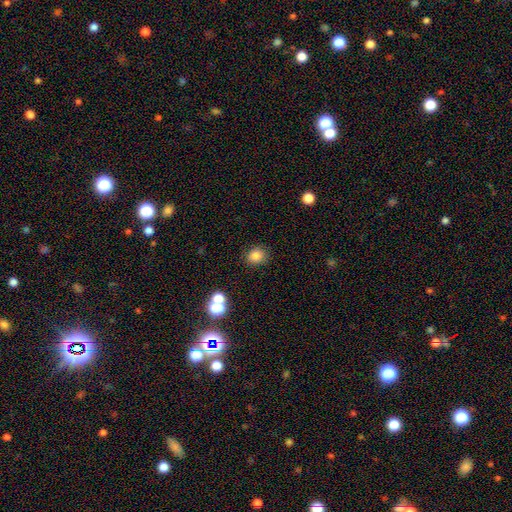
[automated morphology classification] A smooth galaxy with no disk features (82%) that is round (72%).

Vote fractions:
- Smooth or featured? smooth: 82% / star or artifact: 13% / featured or disk: 5%
- How rounded? round: 72% / in between: 28% / cigar-shaped: 1%
- Merging? none: 84% / minor disturbance: 9% / merger: 4% / major disturbance: 3%